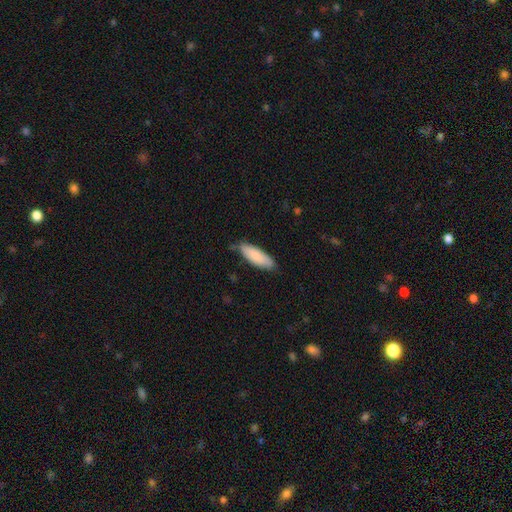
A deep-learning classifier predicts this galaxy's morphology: Smooth or featured: smooth — 86% (featured or disk — 9%)
How rounded: in between — 58% (cigar-shaped — 41%)
Merging: none — 74% (minor disturbance — 21%)